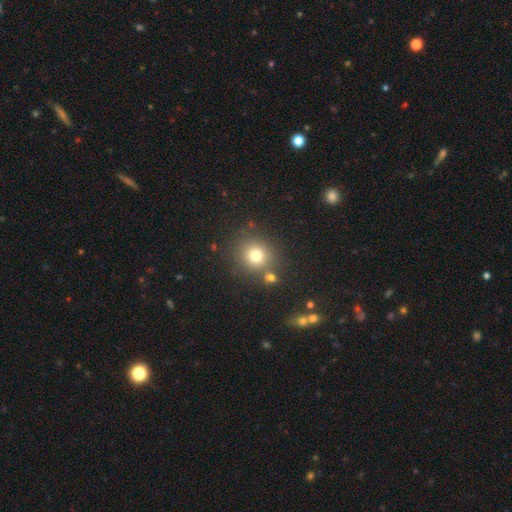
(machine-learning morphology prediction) A smooth galaxy with no disk features (76%) that is round (88%).

Vote fractions:
- Smooth or featured? smooth: 76% / star or artifact: 15% / featured or disk: 9%
- How rounded? round: 88% / in between: 11% / cigar-shaped: 1%
- Merging? none: 78% / merger: 10% / minor disturbance: 9% / major disturbance: 4%